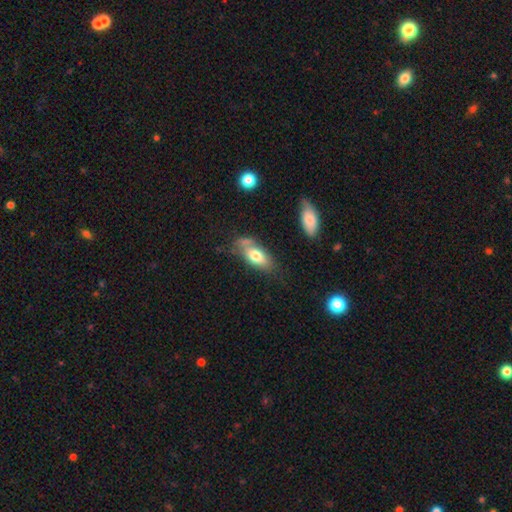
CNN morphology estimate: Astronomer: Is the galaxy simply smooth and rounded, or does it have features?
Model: smooth — 71%.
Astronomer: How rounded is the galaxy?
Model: in between — 86%.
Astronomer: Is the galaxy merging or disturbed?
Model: none — 52%.